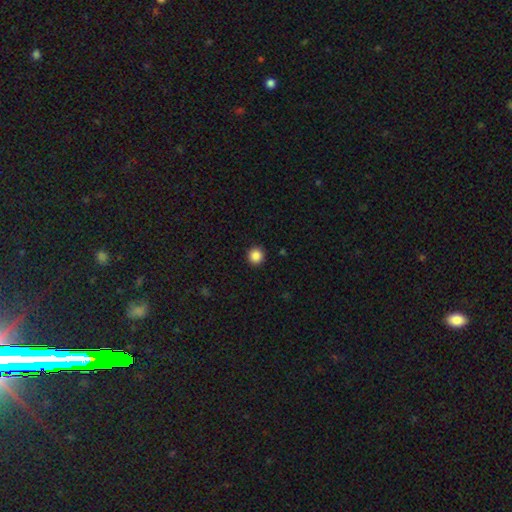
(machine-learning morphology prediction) A smooth galaxy with no disk features (87%) that is round (95%).

Vote fractions:
- Smooth or featured? smooth: 87% / star or artifact: 10% / featured or disk: 3%
- How rounded? round: 95% / in between: 4% / cigar-shaped: 1%
- Merging? none: 93% / minor disturbance: 4% / major disturbance: 2% / merger: 1%